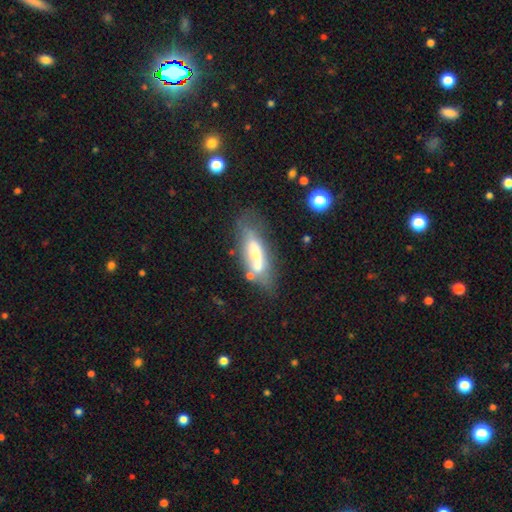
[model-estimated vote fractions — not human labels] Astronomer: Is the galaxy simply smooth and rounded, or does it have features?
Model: smooth — 47% (runner-up: featured or disk, 44%).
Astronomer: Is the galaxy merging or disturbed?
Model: none — 49%.